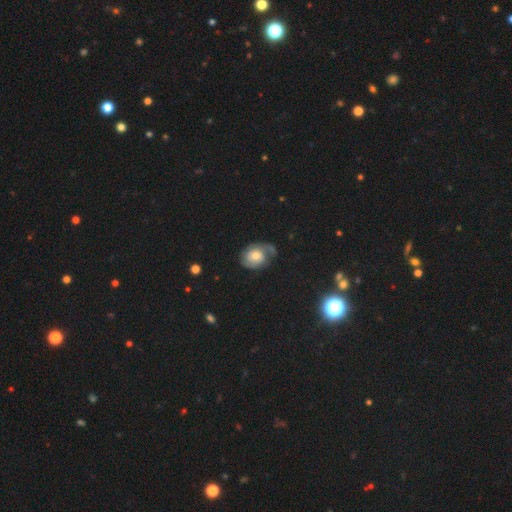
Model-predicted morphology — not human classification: Smooth or featured?
  - featured or disk: 57% *
  - smooth: 34%
  - star or artifact: 9%
Edge-on disk?
  - no: 97% *
  - yes: 3%
Bar?
  - no: 74% *
  - weak: 22%
  - strong: 4%
Spiral arms?
  - yes: 84% *
  - no: 16%
Bulge size?
  - moderate: 62% *
  - small: 26%
  - large: 9%
  - none: 2%
  - dominant: 2%
Merging?
  - none: 51% *
  - minor disturbance: 27%
  - major disturbance: 18%
  - merger: 4%